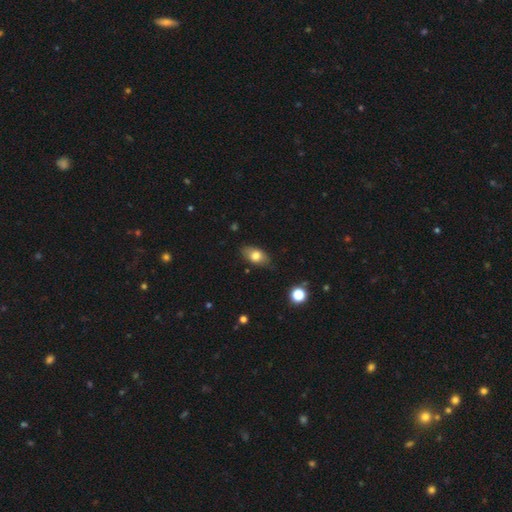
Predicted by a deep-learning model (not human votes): Morphology: type=smooth (75%); roundness=in between (87%); merging=none (79%).